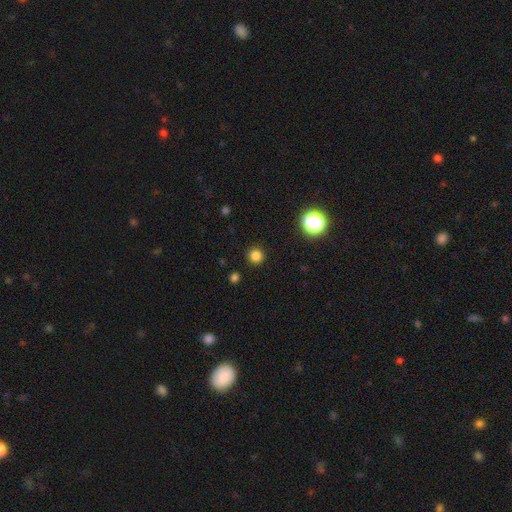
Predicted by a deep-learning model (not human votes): smooth-or-featured: smooth: 81% | star or artifact: 15% | featured or disk: 4%
  how-rounded: round: 94% | in between: 5% | cigar-shaped: 1%
  merging: none: 92% | minor disturbance: 5% | major disturbance: 2% | merger: 1%